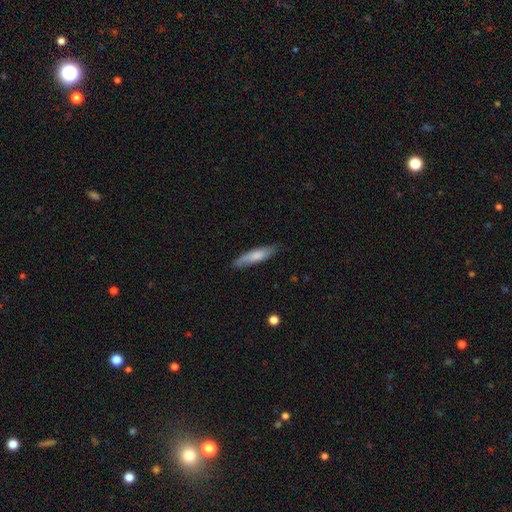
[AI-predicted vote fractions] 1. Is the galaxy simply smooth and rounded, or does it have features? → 73% smooth, 22% featured or disk, 6% star or artifact.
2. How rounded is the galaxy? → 72% cigar-shaped, 26% in between, 2% round.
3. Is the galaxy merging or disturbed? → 80% none, 16% minor disturbance, 3% major disturbance, 1% merger.